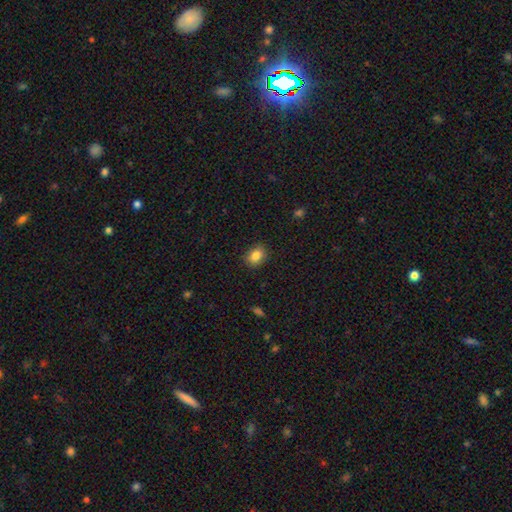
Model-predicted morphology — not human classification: Smooth or featured? Predicted: smooth (p=0.85). How rounded? Predicted: in between (p=0.59). Merging? Predicted: none (p=0.87).